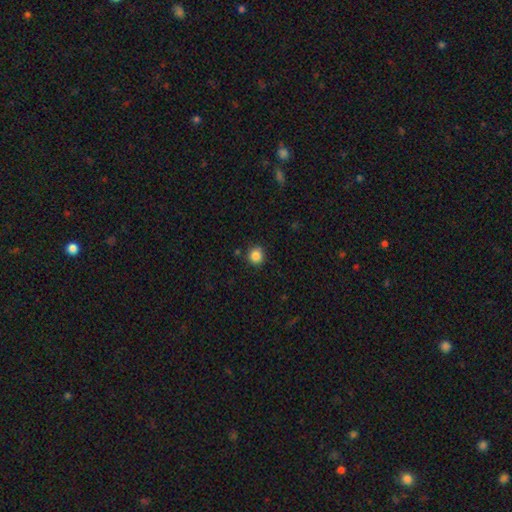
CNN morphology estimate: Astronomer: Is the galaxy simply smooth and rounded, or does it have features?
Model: smooth — 86%.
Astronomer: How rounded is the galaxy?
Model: round — 90%.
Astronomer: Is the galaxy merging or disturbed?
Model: none — 89%.